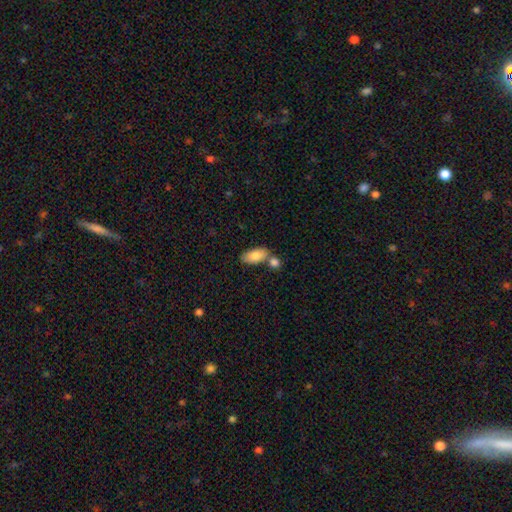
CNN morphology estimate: smooth-or-featured: smooth: 84% | featured or disk: 10% | star or artifact: 6%
  how-rounded: in between: 92% | cigar-shaped: 5% | round: 3%
  merging: none: 53% | merger: 31% | minor disturbance: 12% | major disturbance: 4%